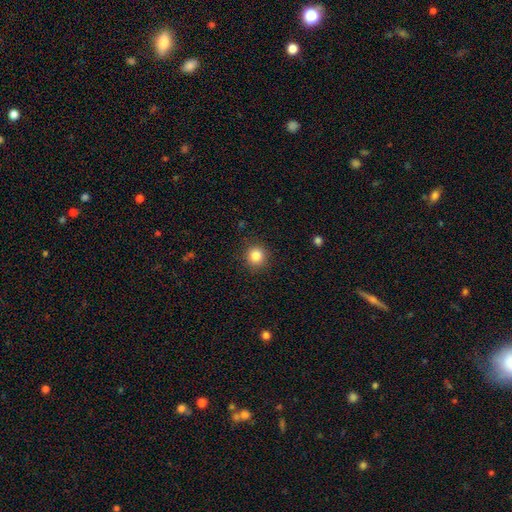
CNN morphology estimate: Smooth or featured: smooth — 84% (star or artifact — 11%)
How rounded: round — 92% (in between — 7%)
Merging: none — 90% (minor disturbance — 7%)